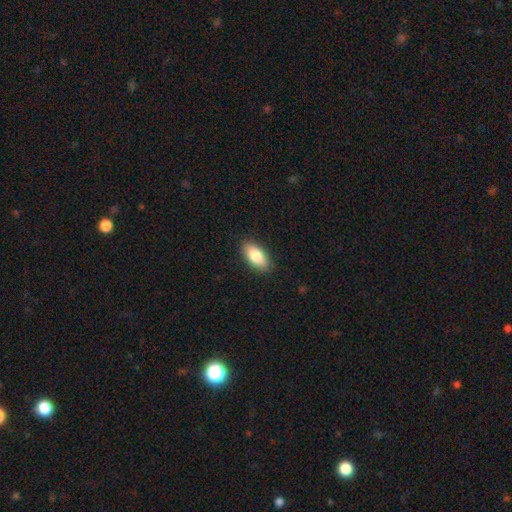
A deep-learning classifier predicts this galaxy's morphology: Smooth or featured? smooth (82%)
How rounded? in between (88%)
Merging? none (88%)